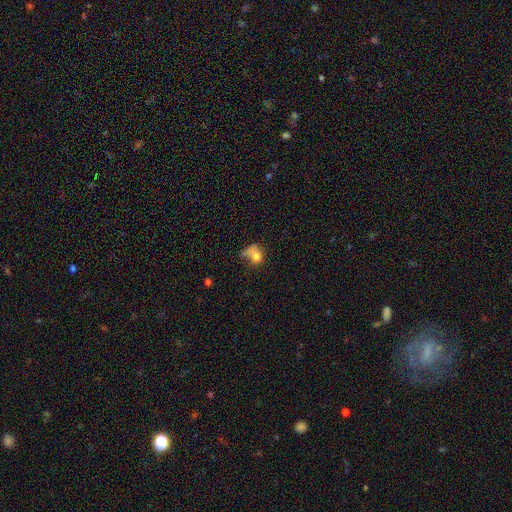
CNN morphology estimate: Smooth or featured: smooth — 67% (featured or disk — 21%)
How rounded: round — 55% (in between — 43%)
Merging: major disturbance — 38% (none — 25%)